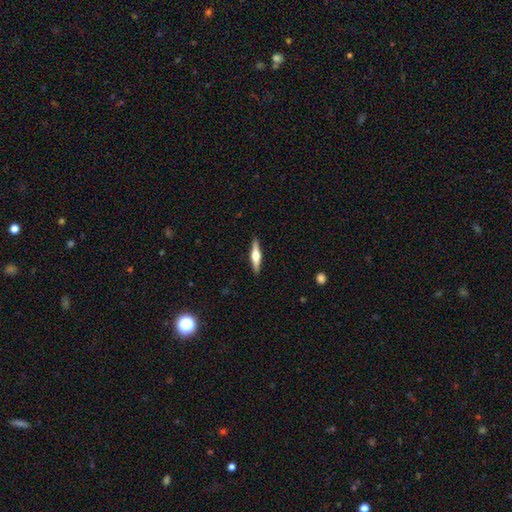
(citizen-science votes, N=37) Q: Smooth or featured?
A: featured or disk (54%); runner-up: smooth (46%)
Q: Edge-on disk?
A: yes (100%)
Q: Edge-on bulge?
A: rounded (90%); runner-up: boxy (10%)
Q: Merging?
A: none (95%); runner-up: major disturbance (3%)